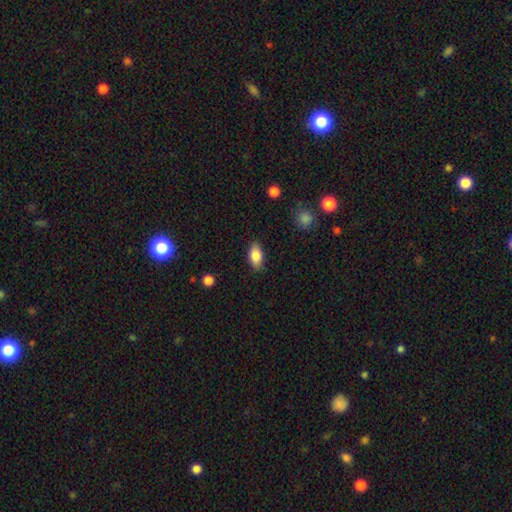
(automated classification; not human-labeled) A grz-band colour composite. It shows a smooth galaxy with no disk features (84%) that is in between round and cigar-shaped (90%). Merging: none (86%).